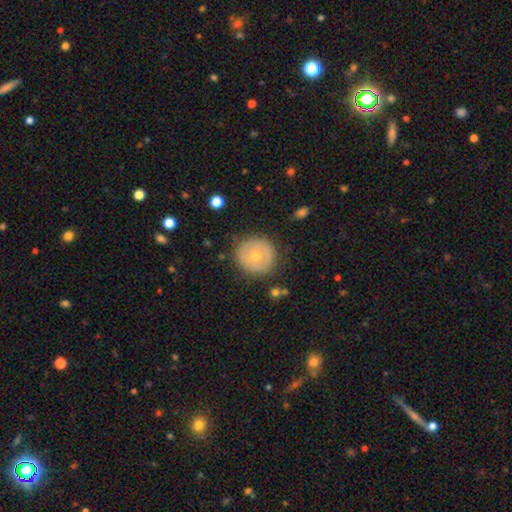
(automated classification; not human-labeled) Smooth or featured?
  - smooth: 58% *
  - featured or disk: 33%
  - star or artifact: 8%
How rounded?
  - round: 91% *
  - in between: 8%
  - cigar-shaped: 1%
Merging?
  - none: 83% *
  - minor disturbance: 12%
  - major disturbance: 3%
  - merger: 1%